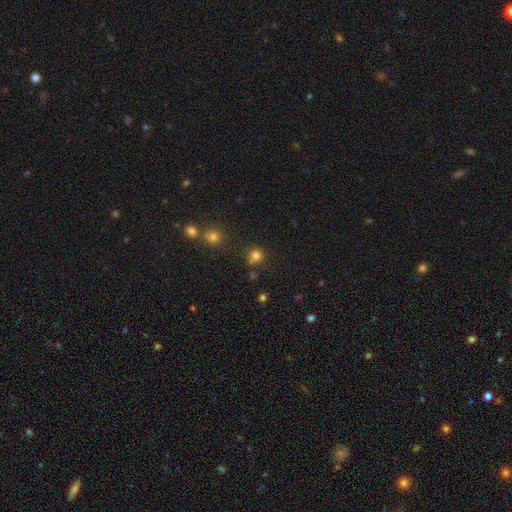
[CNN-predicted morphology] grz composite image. It shows a smooth galaxy with no disk features (78%) that is round (90%). Merging: none (71%).